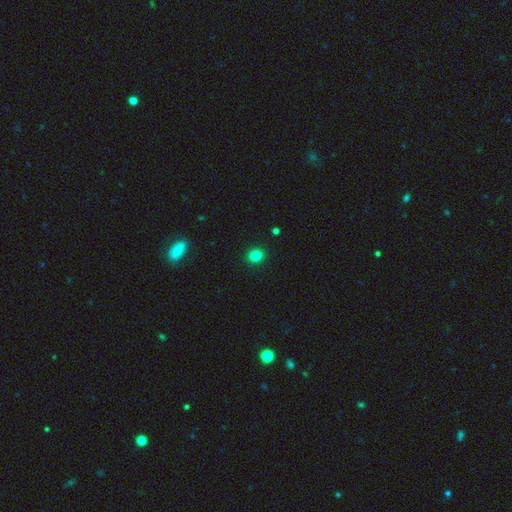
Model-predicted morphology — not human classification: This appears to be a smooth galaxy with no disk features (83%) that is round (77%). Merging: none (92%).